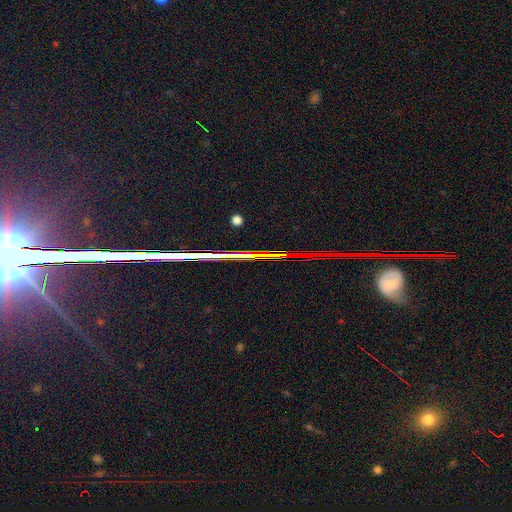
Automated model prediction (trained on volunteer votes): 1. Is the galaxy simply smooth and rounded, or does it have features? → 84% star or artifact, 9% featured or disk, 7% smooth.